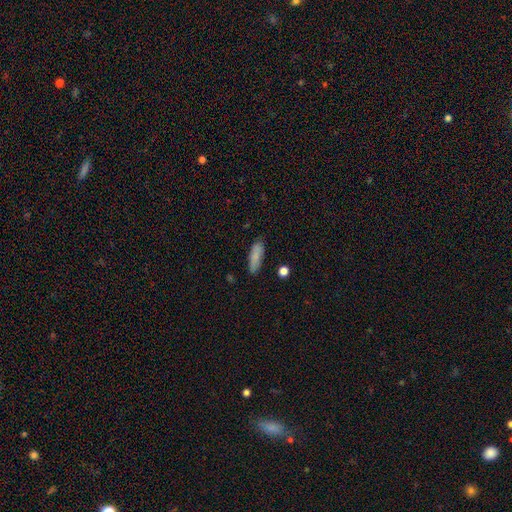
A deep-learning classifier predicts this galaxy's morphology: This is clearly a smooth galaxy (82%). How rounded: possibly cigar-shaped (50%). Merging: clearly none (81%).